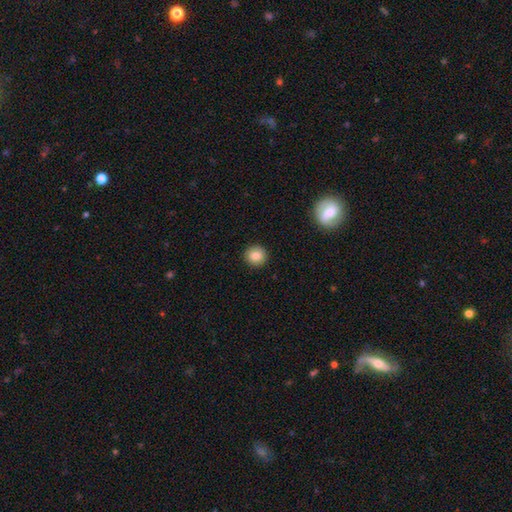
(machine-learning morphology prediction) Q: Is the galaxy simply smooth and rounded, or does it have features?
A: smooth — 84%.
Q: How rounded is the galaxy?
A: round — 92%.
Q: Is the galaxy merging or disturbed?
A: none — 92%.